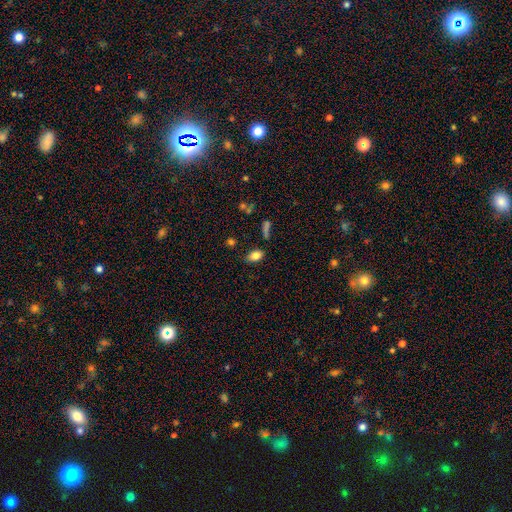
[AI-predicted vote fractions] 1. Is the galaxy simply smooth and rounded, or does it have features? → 82% smooth, 9% featured or disk, 9% star or artifact.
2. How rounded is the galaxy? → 89% in between, 7% round, 4% cigar-shaped.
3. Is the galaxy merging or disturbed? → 80% none, 13% minor disturbance, 3% merger, 3% major disturbance.